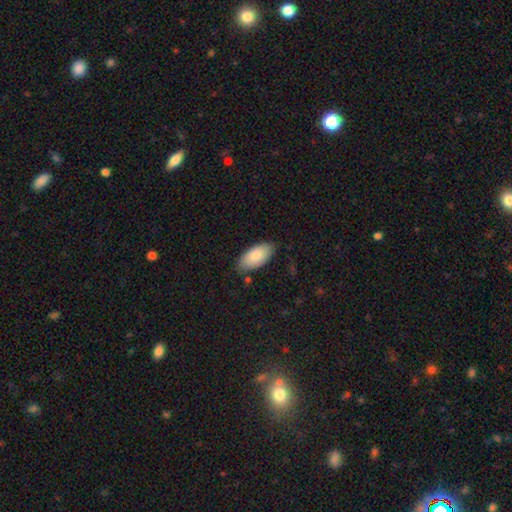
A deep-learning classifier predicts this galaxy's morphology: A smooth galaxy with no disk features (84%) that is in between round and cigar-shaped (94%). Merging: none (80%).